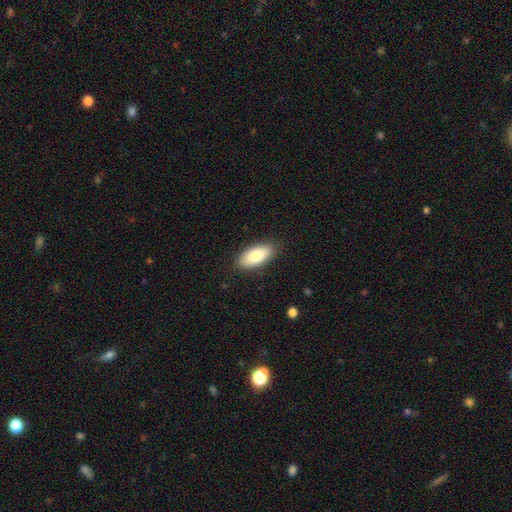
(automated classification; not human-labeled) A smooth galaxy with no disk features (81%) that is in between round and cigar-shaped (88%). Merging: none (88%).